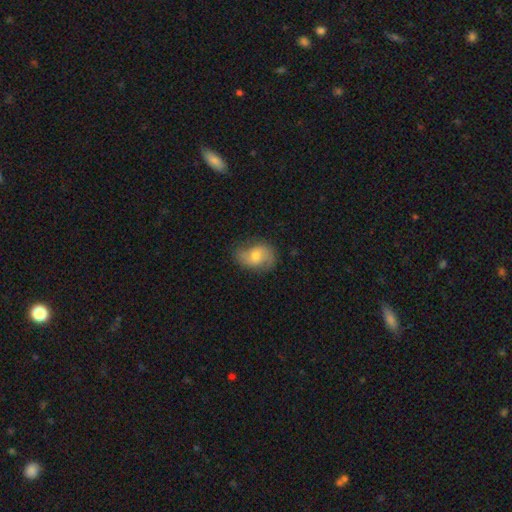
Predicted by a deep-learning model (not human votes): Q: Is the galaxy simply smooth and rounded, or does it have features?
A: featured or disk — 48%.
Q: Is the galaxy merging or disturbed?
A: none — 67%.